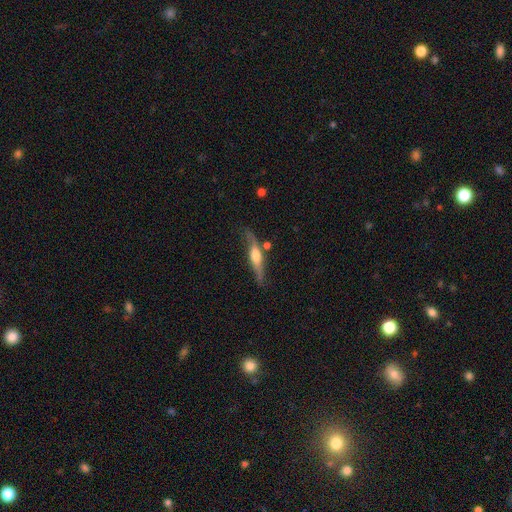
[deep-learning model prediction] smooth-or-featured: featured or disk: 62% | smooth: 32% | star or artifact: 6%
  disk-edge-on: yes: 90% | no: 10%
    edge-on-bulge: rounded: 83% | boxy: 11% | none: 6%
  merging: none: 69% | minor disturbance: 19% | merger: 7% | major disturbance: 5%